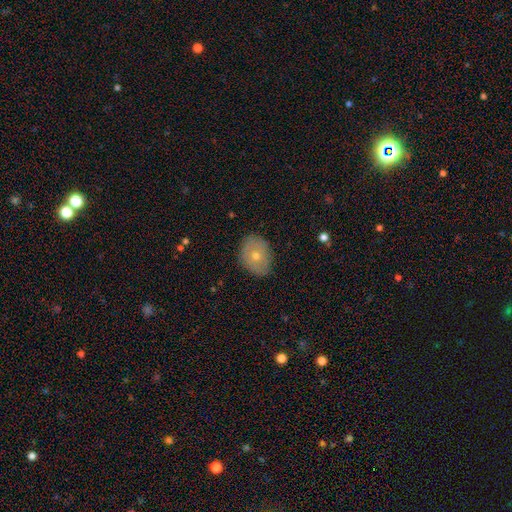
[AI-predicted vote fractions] This appears to be a smooth galaxy with no disk features (56%) that is in between round and cigar-shaped (62%). Merging: none (80%).